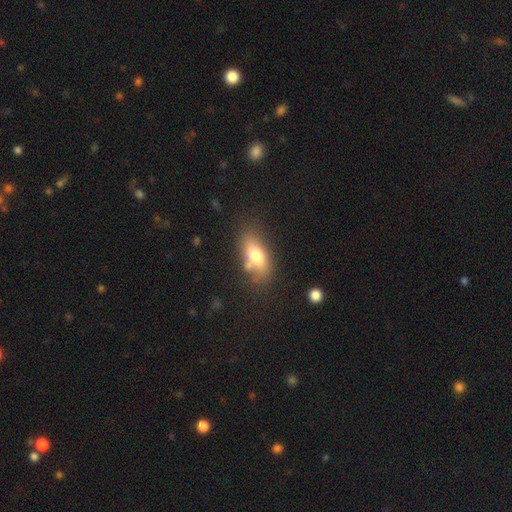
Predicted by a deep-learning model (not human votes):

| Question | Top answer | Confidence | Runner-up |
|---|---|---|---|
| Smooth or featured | smooth | 70% | featured or disk (21%) |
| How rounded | in between | 83% | cigar-shaped (10%) |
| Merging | none | 63% | minor disturbance (18%) |